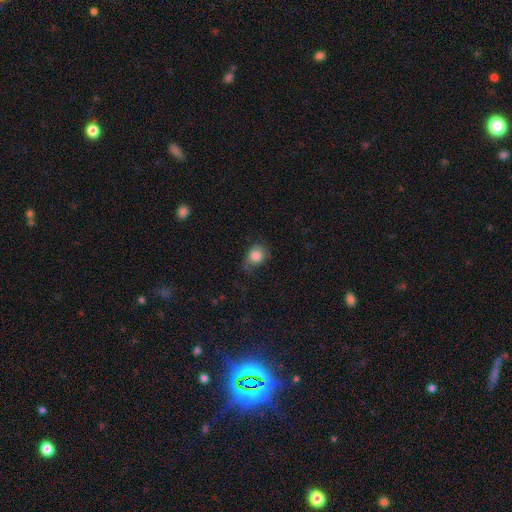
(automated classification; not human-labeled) A smooth galaxy with no disk features (79%) that is round (66%). Merging: none (49%).